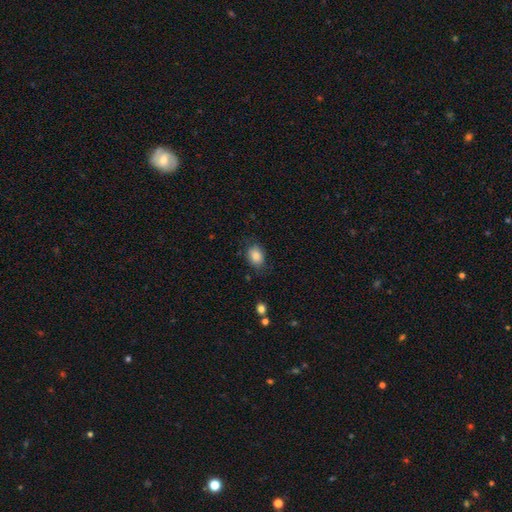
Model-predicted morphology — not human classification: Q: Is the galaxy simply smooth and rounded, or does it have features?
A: smooth — 84%.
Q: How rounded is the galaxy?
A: in between — 72%.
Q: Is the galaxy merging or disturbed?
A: none — 74%.